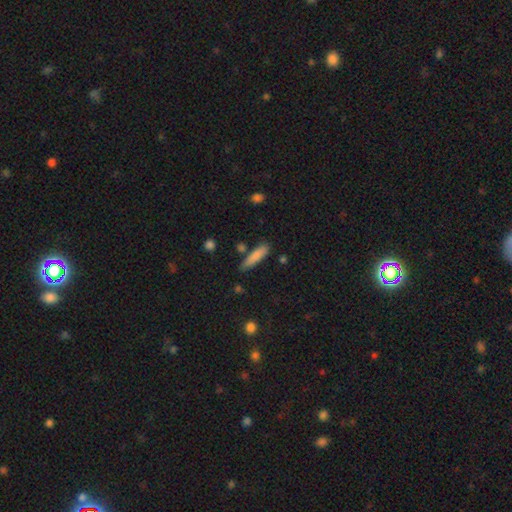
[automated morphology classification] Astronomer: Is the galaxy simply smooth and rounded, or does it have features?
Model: smooth — 82%.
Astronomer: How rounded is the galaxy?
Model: cigar-shaped — 80%.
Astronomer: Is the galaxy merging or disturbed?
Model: none — 75%.